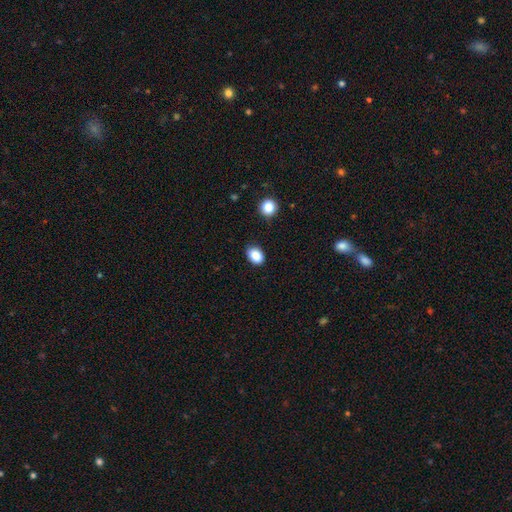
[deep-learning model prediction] smooth-or-featured: smooth: 88% | star or artifact: 9% | featured or disk: 4%
  how-rounded: in between: 75% | round: 24% | cigar-shaped: 1%
  merging: none: 82% | minor disturbance: 13% | major disturbance: 3% | merger: 2%